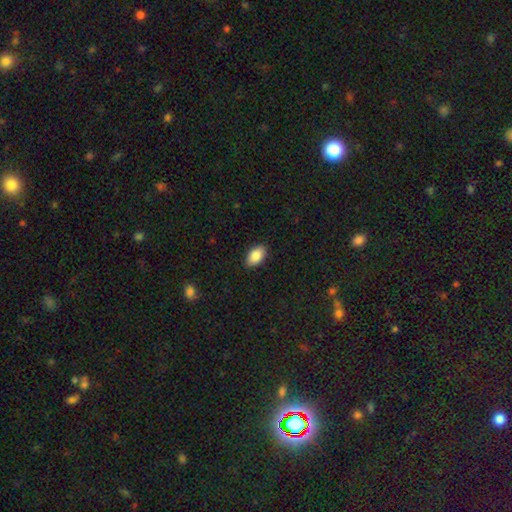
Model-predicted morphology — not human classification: type=smooth (87%); roundness=in between (93%); merging=none (89%).